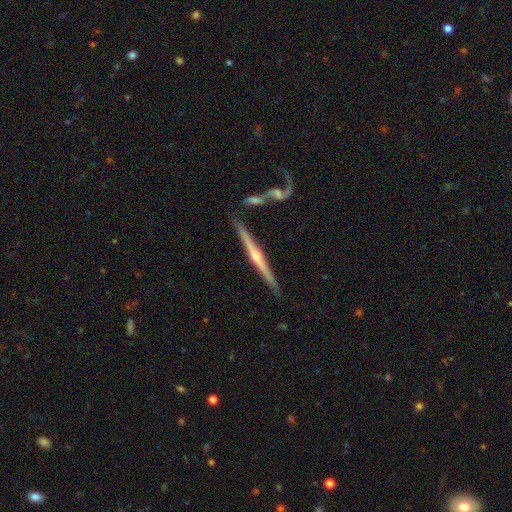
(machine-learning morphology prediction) This appears to be a featured or disk galaxy (80%) viewed edge-on (97%) with a rounded central bulge (77%). Merging: none (80%).